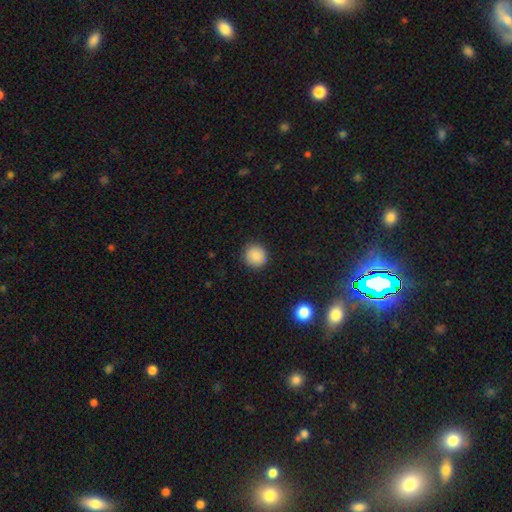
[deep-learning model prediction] smooth-or-featured: smooth: 87% | star or artifact: 9% | featured or disk: 4%
  how-rounded: round: 93% | in between: 6% | cigar-shaped: 1%
  merging: none: 91% | minor disturbance: 6% | major disturbance: 2% | merger: 1%